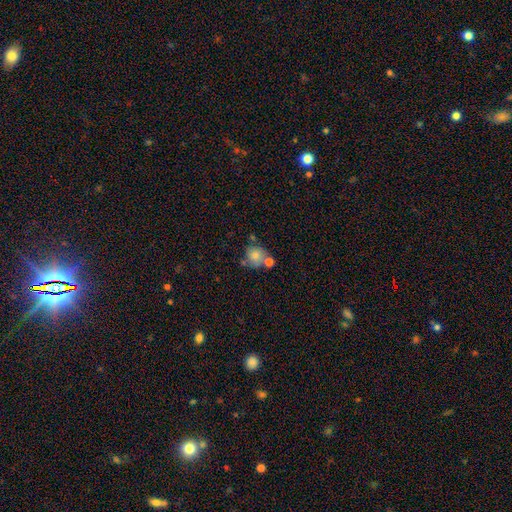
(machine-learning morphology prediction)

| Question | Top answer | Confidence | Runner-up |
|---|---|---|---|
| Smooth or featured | smooth | 76% | featured or disk (15%) |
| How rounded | round | 78% | in between (21%) |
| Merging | none | 49% | merger (26%) |